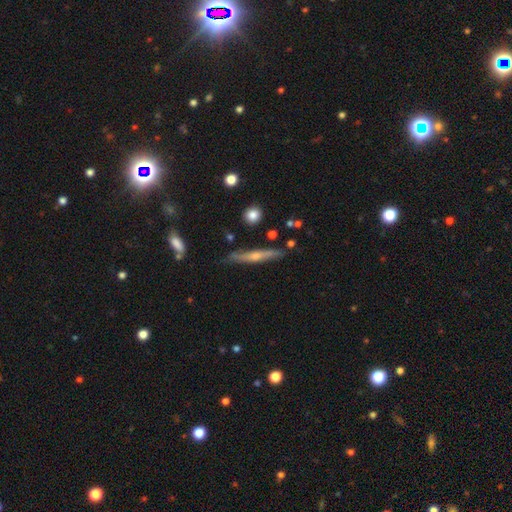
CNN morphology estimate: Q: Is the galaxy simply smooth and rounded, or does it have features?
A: featured or disk — 64%.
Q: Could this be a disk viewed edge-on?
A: yes — 95%.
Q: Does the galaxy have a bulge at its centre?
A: rounded — 71%.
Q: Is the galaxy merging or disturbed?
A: none — 84%.